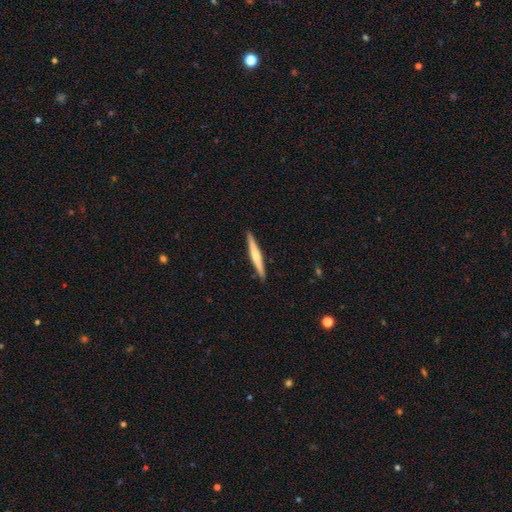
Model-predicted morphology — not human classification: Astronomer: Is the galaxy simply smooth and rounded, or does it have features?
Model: featured or disk — 53% (runner-up: smooth, 42%).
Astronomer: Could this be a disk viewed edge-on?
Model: yes — 97%.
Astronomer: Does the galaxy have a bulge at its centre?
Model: rounded — 56% (runner-up: none, 33%).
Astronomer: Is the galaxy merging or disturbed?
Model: none — 91%.